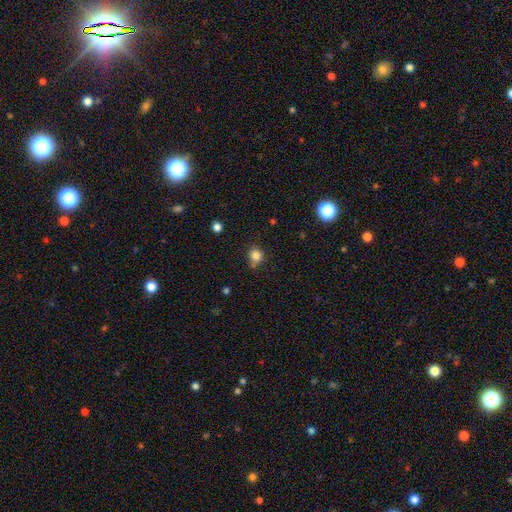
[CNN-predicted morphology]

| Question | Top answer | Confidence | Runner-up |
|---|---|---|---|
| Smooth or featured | smooth | 83% | star or artifact (12%) |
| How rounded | round | 85% | in between (14%) |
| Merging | none | 70% | minor disturbance (19%) |